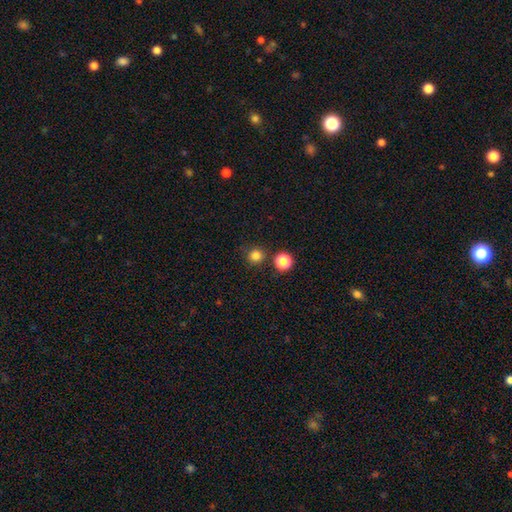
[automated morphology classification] The model was most divided on "smooth or featured": smooth: 82%, star or artifact: 15%, featured or disk: 4%. More confident: how rounded — round (94%); merging — none (84%).